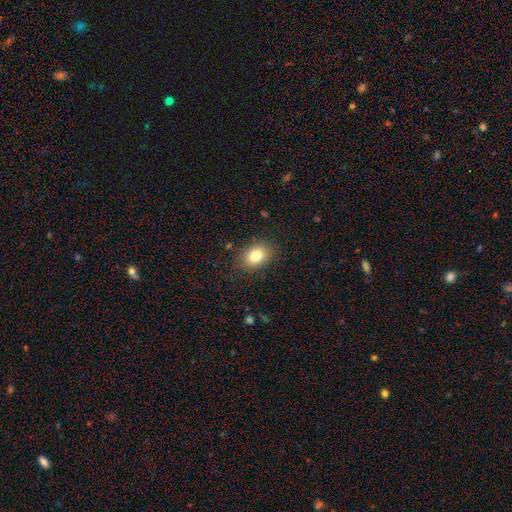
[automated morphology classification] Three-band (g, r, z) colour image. It shows a smooth galaxy with no disk features (81%) that is in between round and cigar-shaped (65%). Merging: none (86%).